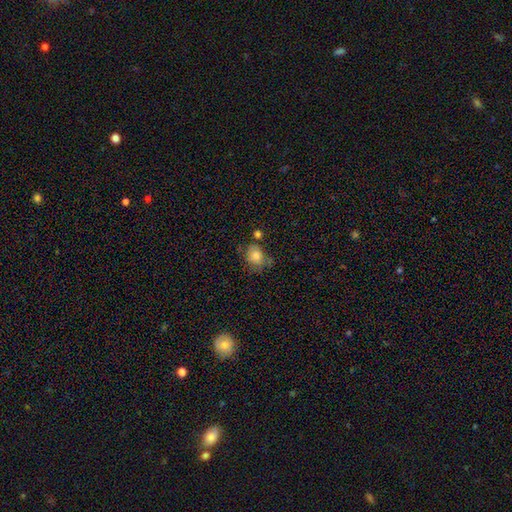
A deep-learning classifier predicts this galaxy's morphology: A smooth galaxy with no disk features (75%) that is round (59%). Merging: none (55%).